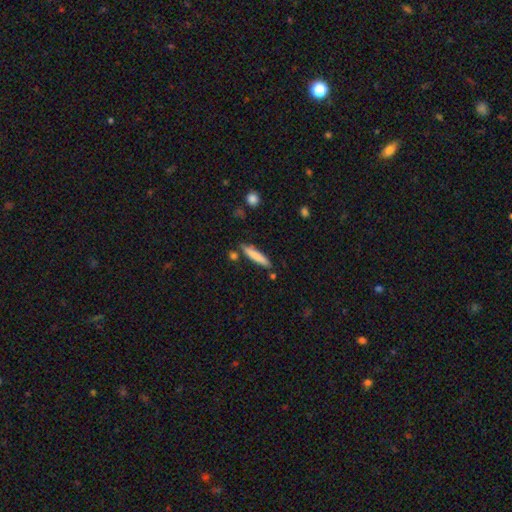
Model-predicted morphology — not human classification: smooth 78%, featured or disk 16%, star or artifact 6%. Down the decision tree: how rounded — cigar-shaped (89%); merging — none (79%).